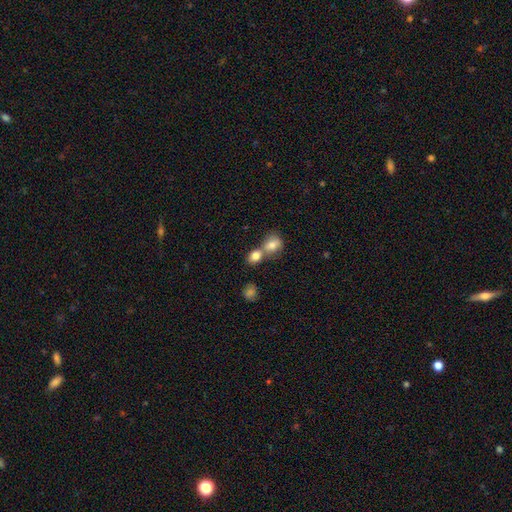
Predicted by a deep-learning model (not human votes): Smooth or featured: smooth — 81% (featured or disk — 10%)
How rounded: in between — 50% (round — 48%)
Merging: merger — 55% (none — 33%)